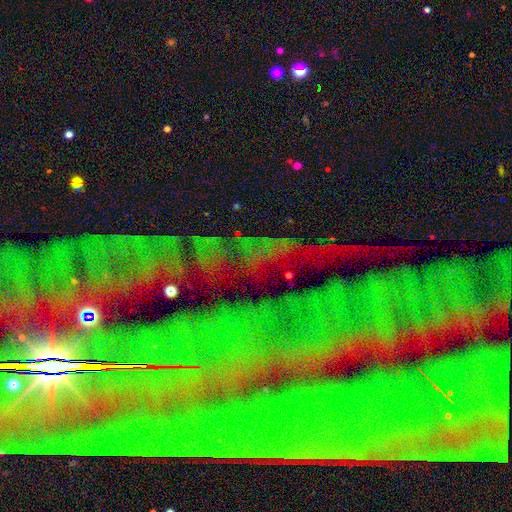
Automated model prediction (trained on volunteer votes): Smooth or featured?
  - star or artifact: 80% *
  - featured or disk: 12%
  - smooth: 9%